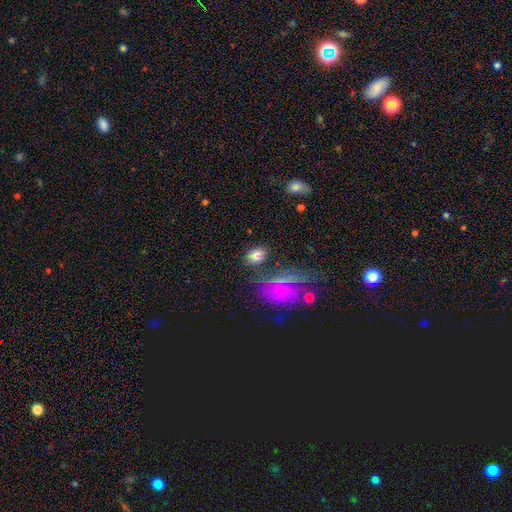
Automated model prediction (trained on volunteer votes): This is likely a smooth galaxy (79%). How rounded: likely in between (73%). Merging: likely none (71%).